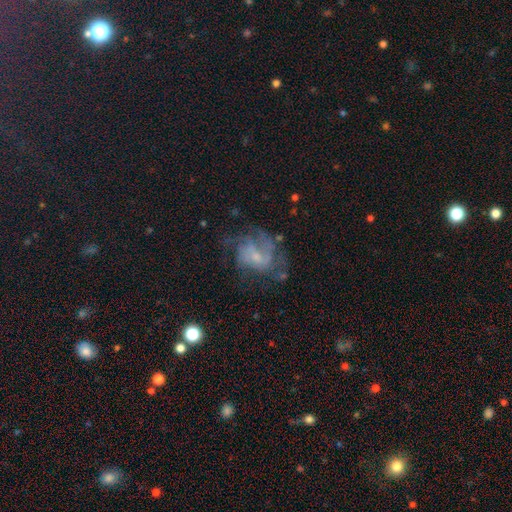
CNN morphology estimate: type=featured or disk (67%); edge-on=no (97%); bar=no (61%); spiral arms=yes (73%); bulge=small (54%); merging=none (46%).